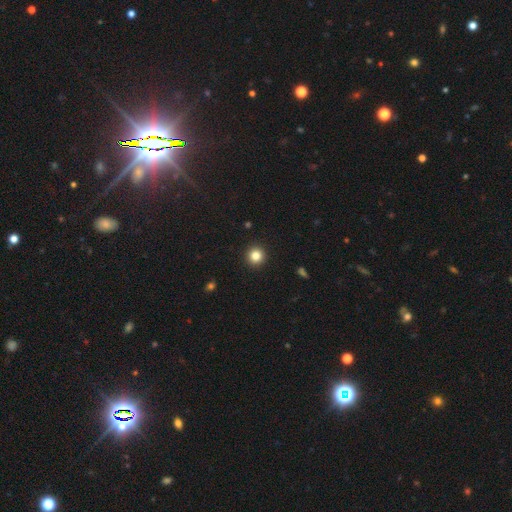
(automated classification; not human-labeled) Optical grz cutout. It shows a smooth galaxy with no disk features (84%) that is round (95%). Merging: none (93%).